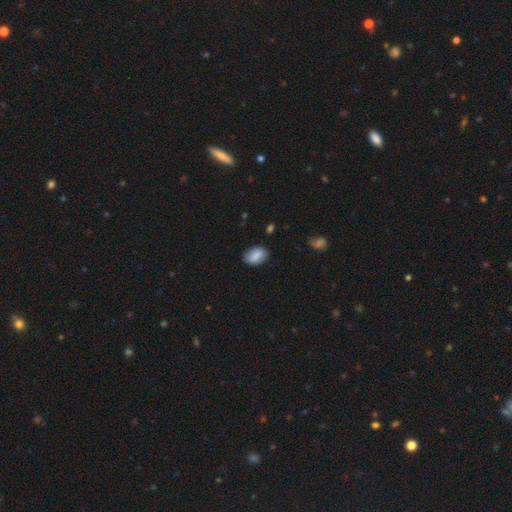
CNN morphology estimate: This appears to be a smooth galaxy with no disk features (84%) that is in between round and cigar-shaped (86%). Merging: none (81%).